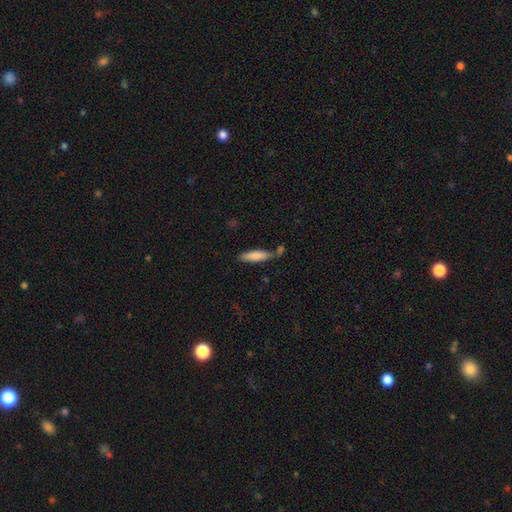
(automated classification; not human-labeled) This is likely a smooth galaxy (78%). How rounded: likely cigar-shaped (71%). Merging: likely none (66%).